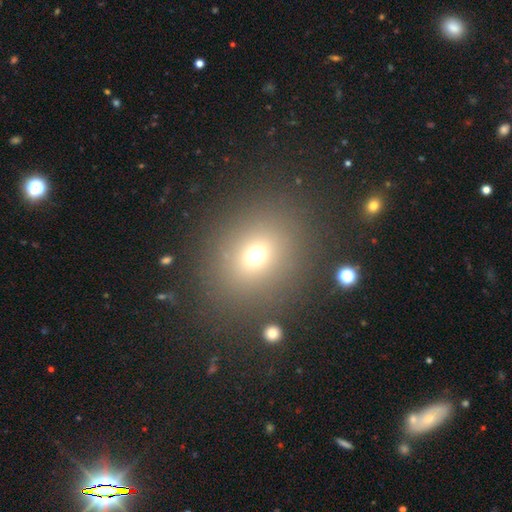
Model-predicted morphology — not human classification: Smooth or featured? smooth (69%)
How rounded? round (65%)
Merging? none (85%)